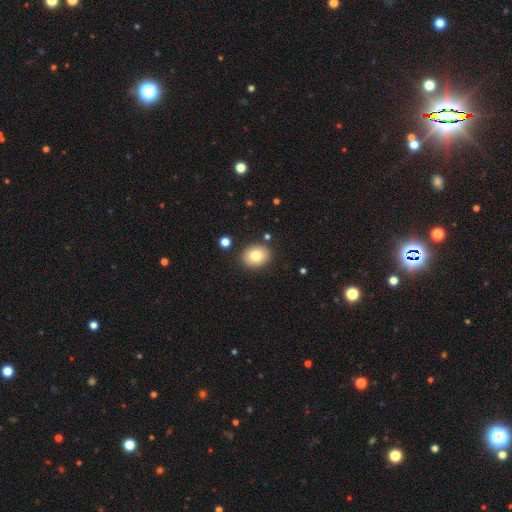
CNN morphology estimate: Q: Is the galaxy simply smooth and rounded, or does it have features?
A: smooth — 80%.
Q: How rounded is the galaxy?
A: in between — 51%.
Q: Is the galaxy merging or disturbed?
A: none — 86%.